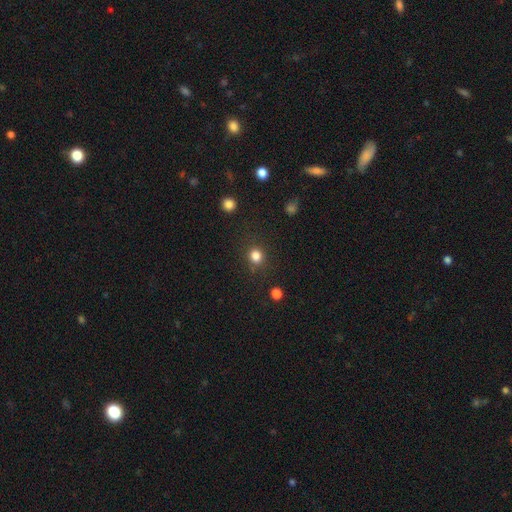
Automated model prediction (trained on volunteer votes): A smooth galaxy with no disk features (82%) that is round (87%). Merging: none (84%).